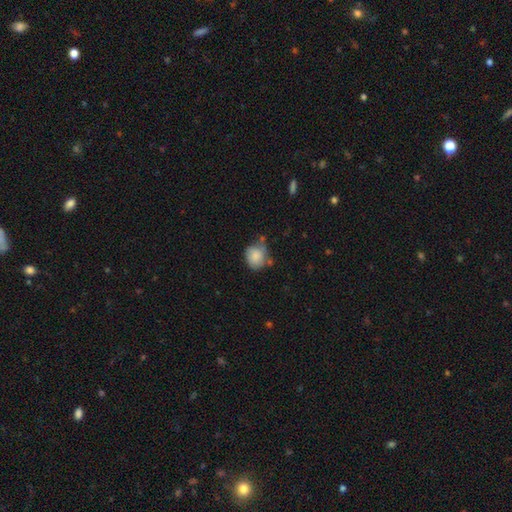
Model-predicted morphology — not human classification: Smooth or featured?
  - smooth: 81% *
  - featured or disk: 11%
  - star or artifact: 8%
How rounded?
  - round: 62% *
  - in between: 37%
  - cigar-shaped: 1%
Merging?
  - none: 50% *
  - minor disturbance: 31%
  - merger: 9%
  - major disturbance: 9%